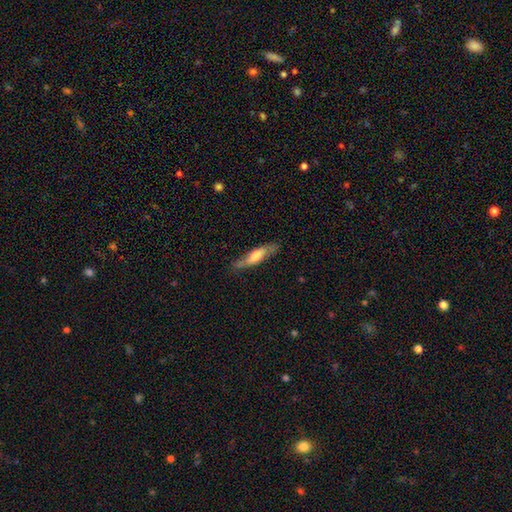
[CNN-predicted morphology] A smooth galaxy with no disk features (52%) that is cigar-shaped (73%). Merging: none (70%).